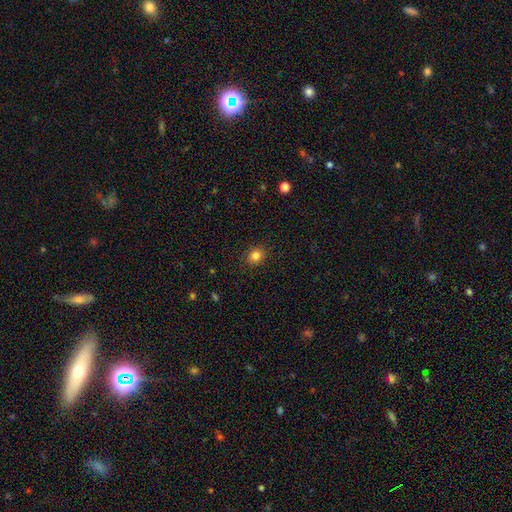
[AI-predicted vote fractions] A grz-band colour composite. It shows a smooth galaxy with no disk features (83%) that is round (74%). Merging: none (89%).